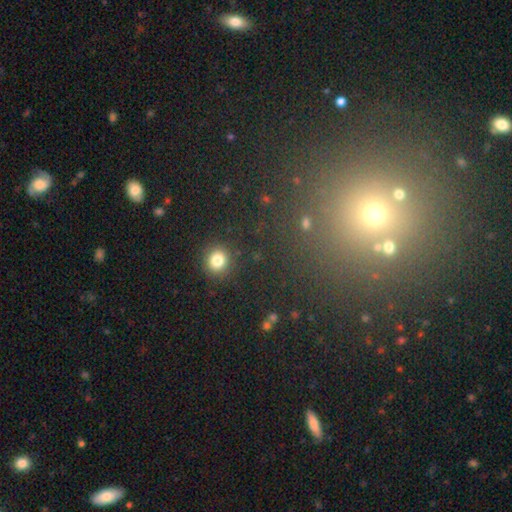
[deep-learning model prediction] Morphology: type=star or artifact (50%).